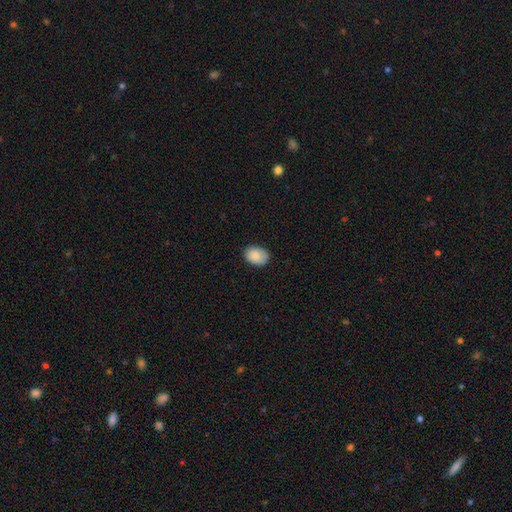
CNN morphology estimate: Overall: smooth (86%). How rounded: in between (71%). Merging: none (81%).